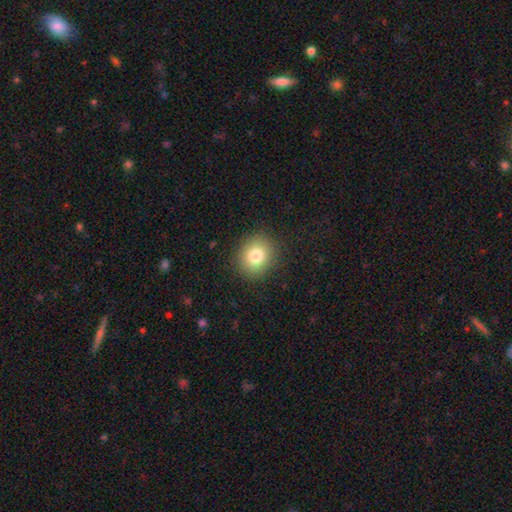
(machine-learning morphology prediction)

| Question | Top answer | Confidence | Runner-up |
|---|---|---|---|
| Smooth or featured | smooth | 81% | star or artifact (11%) |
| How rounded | round | 75% | in between (24%) |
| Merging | none | 89% | minor disturbance (8%) |